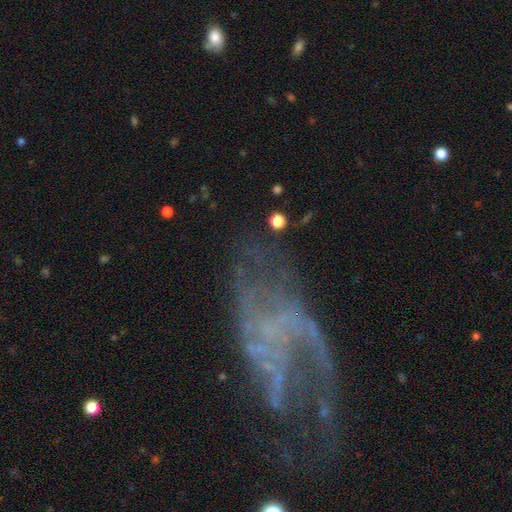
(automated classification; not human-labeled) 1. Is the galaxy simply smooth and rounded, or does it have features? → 72% featured or disk, 15% star or artifact, 13% smooth.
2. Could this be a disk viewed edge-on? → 96% no, 4% yes.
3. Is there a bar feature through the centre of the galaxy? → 72% no, 20% weak, 9% strong.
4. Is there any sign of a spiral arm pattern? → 58% yes, 42% no.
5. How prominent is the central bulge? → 79% none, 13% small, 4% moderate, 2% large, 1% dominant.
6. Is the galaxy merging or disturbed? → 43% major disturbance, 35% none, 16% minor disturbance, 7% merger.